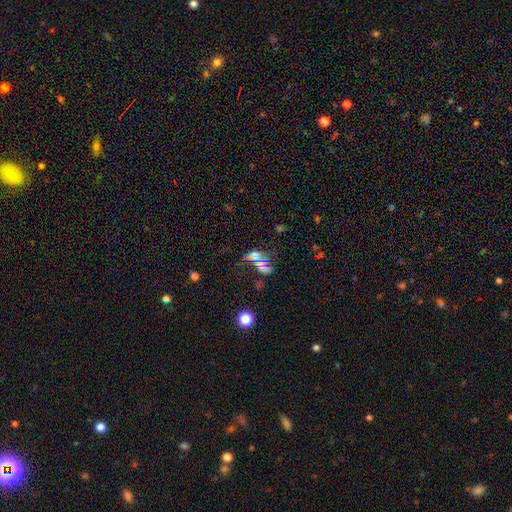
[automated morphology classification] Smooth or featured? smooth (41%)
Merging? merger (35%)